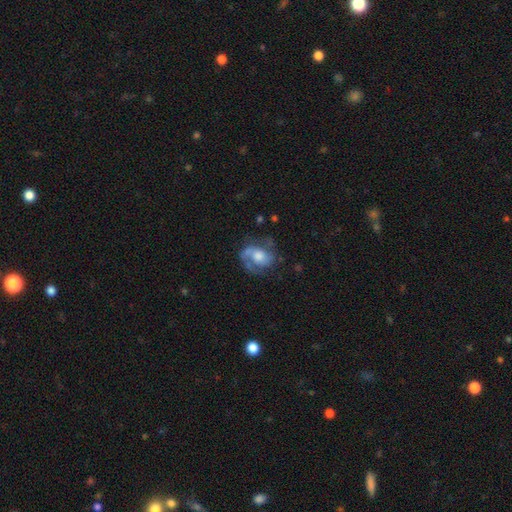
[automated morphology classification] featured or disk 75%, smooth 17%, star or artifact 8%. Down the decision tree: edge-on disk — no (98%); bar — no (64%); spiral arms — yes (91%); spiral arm count — 2 (66%); spiral winding — medium (48%); bulge size — moderate (47%); merging — none (62%).